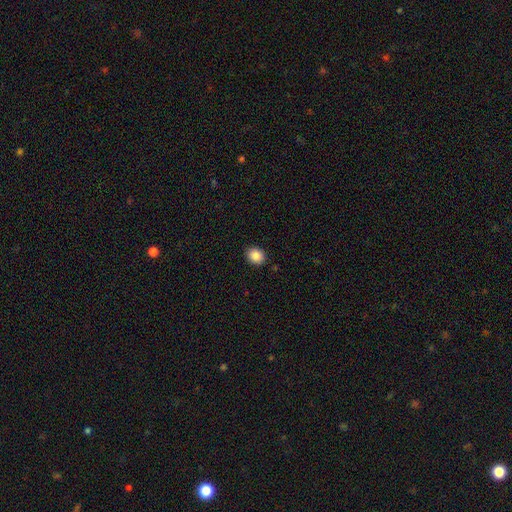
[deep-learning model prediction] The model was most divided on "how rounded": round: 50%, in between: 49%, cigar-shaped: 1%. More confident: merging — none (90%); smooth or featured — smooth (87%).